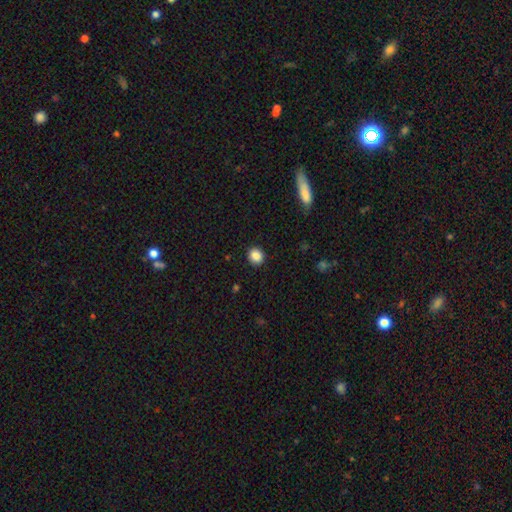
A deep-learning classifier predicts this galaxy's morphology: type=smooth (87%); roundness=round (77%); merging=none (90%).